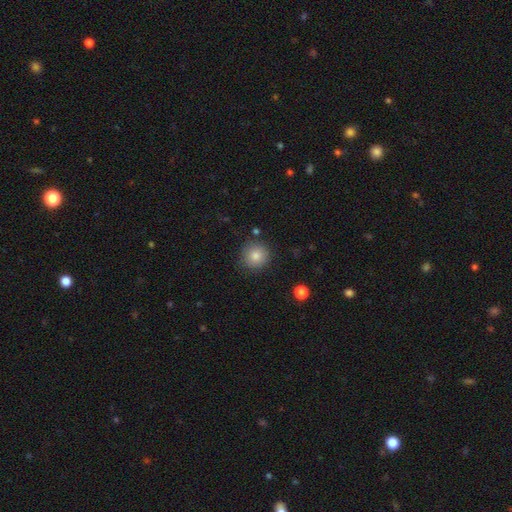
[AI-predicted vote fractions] Smooth or featured: smooth — 82% (star or artifact — 11%)
How rounded: round — 93% (in between — 6%)
Merging: none — 87% (minor disturbance — 8%)